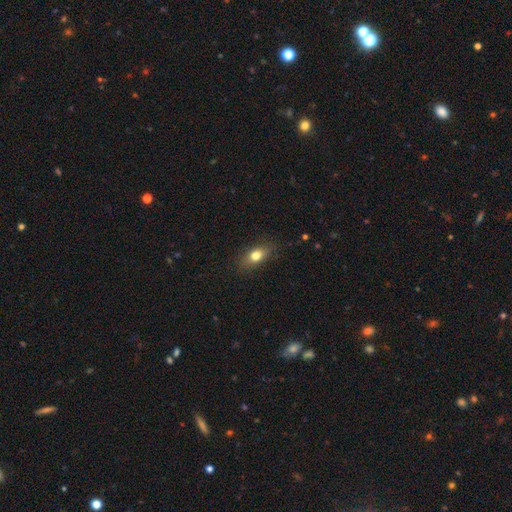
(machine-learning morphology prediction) Smooth or featured: smooth — 78% (featured or disk — 14%)
How rounded: in between — 79% (round — 11%)
Merging: none — 81% (minor disturbance — 14%)